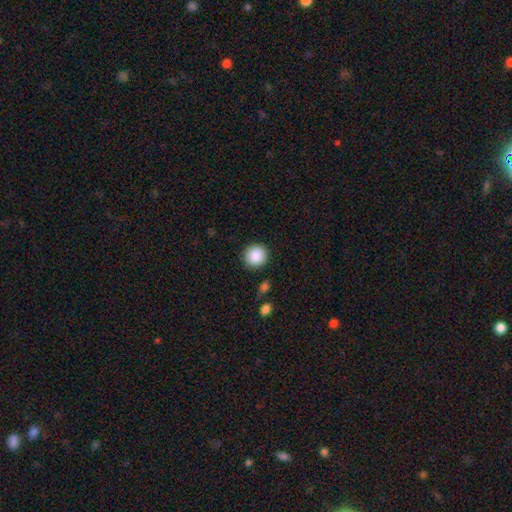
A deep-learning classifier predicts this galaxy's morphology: Smooth or featured: smooth — 88% (star or artifact — 8%)
How rounded: round — 93% (in between — 6%)
Merging: none — 90% (minor disturbance — 6%)